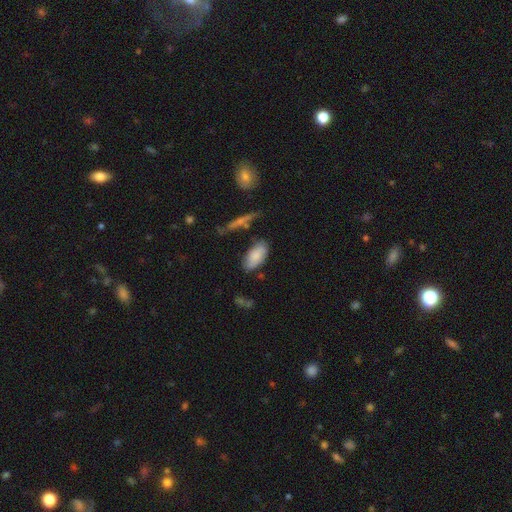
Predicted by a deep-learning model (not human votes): Morphology: type=smooth (79%); roundness=in between (91%); merging=none (67%).